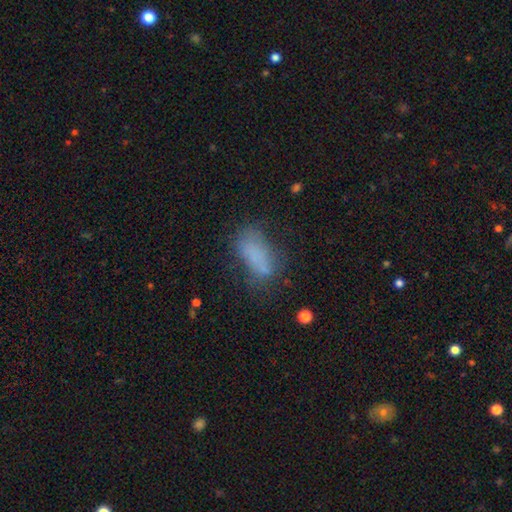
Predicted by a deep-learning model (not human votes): smooth-or-featured: smooth: 70% | featured or disk: 16% | star or artifact: 14%
  how-rounded: in between: 82% | cigar-shaped: 13% | round: 4%
  merging: none: 50% | minor disturbance: 25% | major disturbance: 18% | merger: 7%